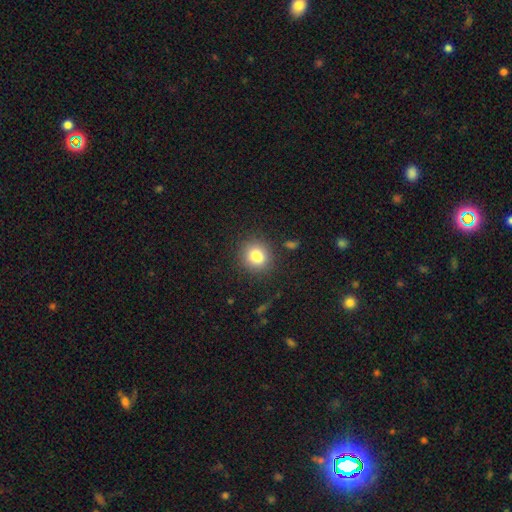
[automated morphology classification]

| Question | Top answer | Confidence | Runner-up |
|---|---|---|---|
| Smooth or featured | smooth | 83% | star or artifact (10%) |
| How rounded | round | 81% | in between (18%) |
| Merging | none | 86% | minor disturbance (9%) |